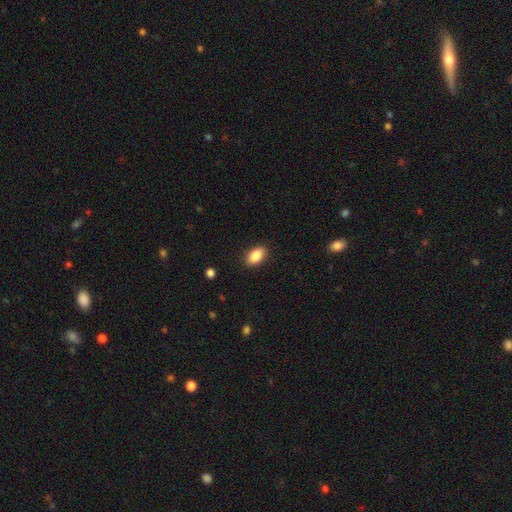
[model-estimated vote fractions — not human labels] Smooth or featured? Predicted: smooth (p=0.87). How rounded? Predicted: in between (p=0.91). Merging? Predicted: none (p=0.88).